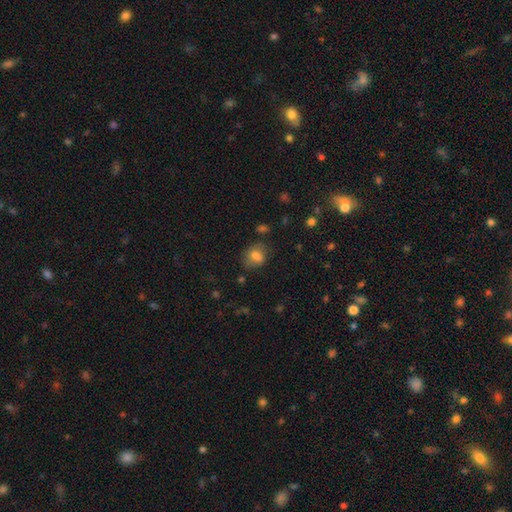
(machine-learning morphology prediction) Q: Smooth or featured?
A: smooth (75%); runner-up: featured or disk (15%)
Q: How rounded?
A: in between (50%); runner-up: round (49%)
Q: Merging?
A: none (58%); runner-up: minor disturbance (26%)